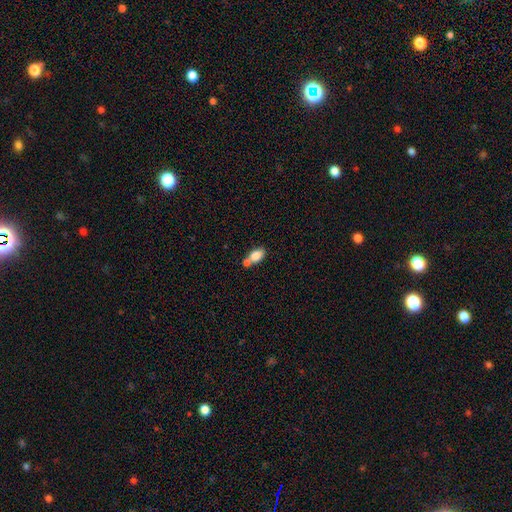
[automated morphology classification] type=smooth (81%); roundness=in between (88%); merging=none (47%).